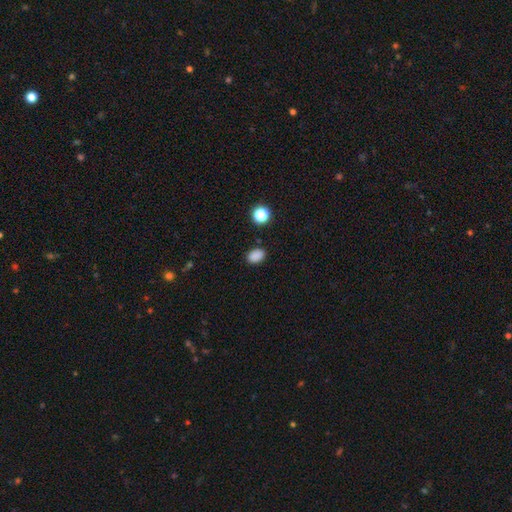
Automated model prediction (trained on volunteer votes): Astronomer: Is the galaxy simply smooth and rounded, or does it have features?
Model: smooth — 84%.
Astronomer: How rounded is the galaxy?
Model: in between — 77%.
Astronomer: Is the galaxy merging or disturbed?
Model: none — 84%.